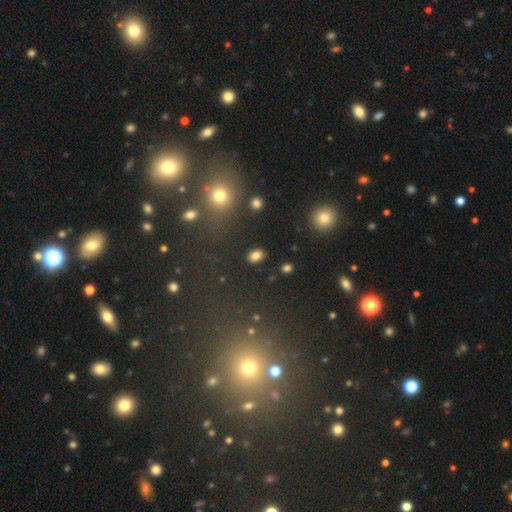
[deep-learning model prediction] smooth 82%, star or artifact 12%, featured or disk 6%. Down the decision tree: how rounded — in between (81%); merging — none (87%).